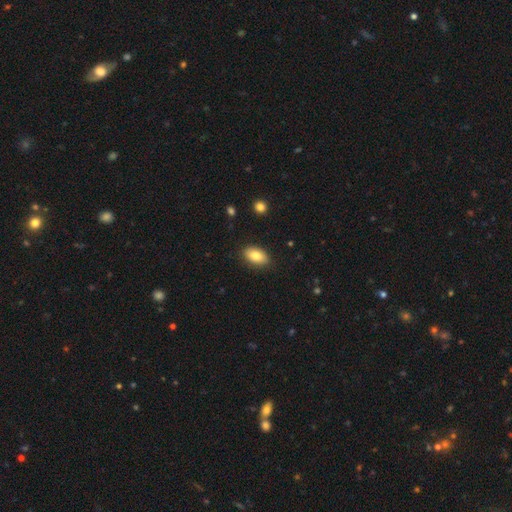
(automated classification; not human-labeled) This is clearly a smooth galaxy (84%). How rounded: clearly in between (92%). Merging: clearly none (87%).